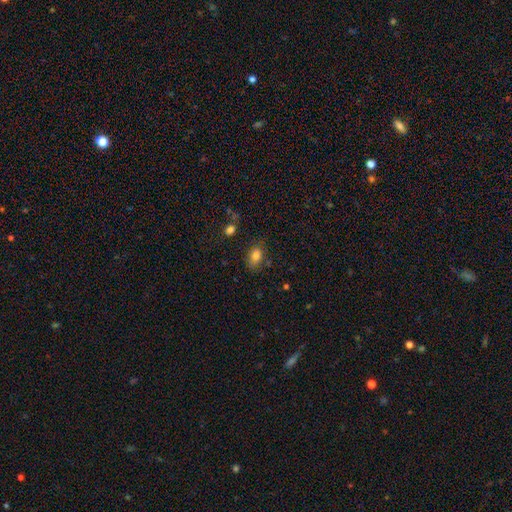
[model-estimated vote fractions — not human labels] The model was most divided on "merging": none: 71%, minor disturbance: 20%, major disturbance: 5%, merger: 3%. More confident: smooth or featured — smooth (83%); how rounded — in between (82%).